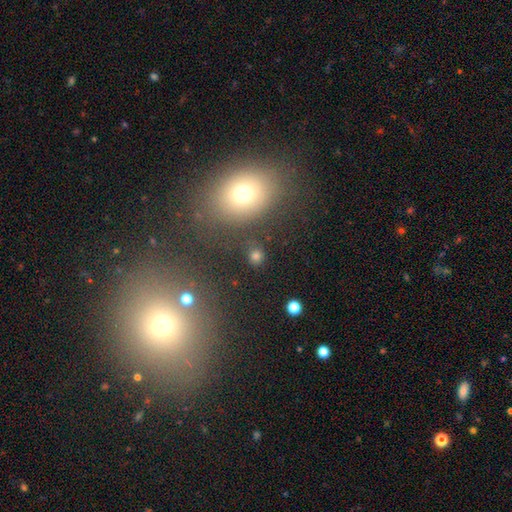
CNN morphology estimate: This is likely a smooth galaxy (73%). How rounded: likely round (79%). Merging: clearly none (80%).